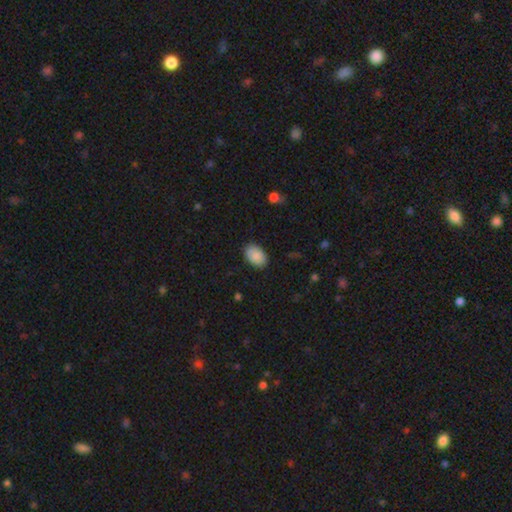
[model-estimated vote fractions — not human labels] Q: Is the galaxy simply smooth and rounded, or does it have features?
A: smooth — 89%.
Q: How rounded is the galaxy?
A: in between — 89%.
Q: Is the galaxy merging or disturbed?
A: none — 87%.